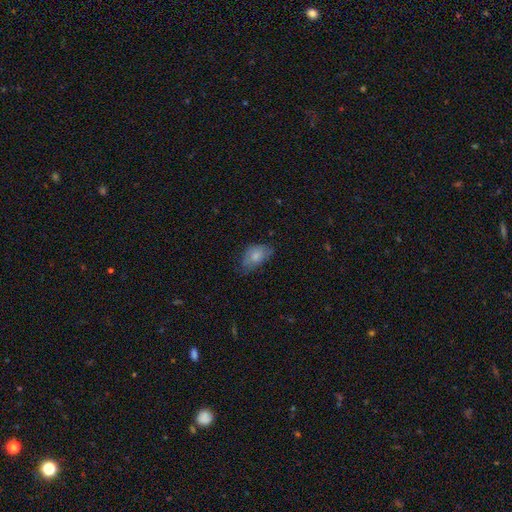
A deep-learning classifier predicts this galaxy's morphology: Smooth or featured? smooth (75%)
How rounded? in between (89%)
Merging? none (53%)